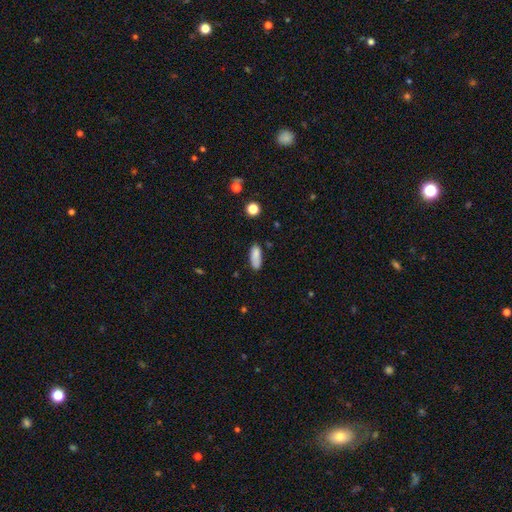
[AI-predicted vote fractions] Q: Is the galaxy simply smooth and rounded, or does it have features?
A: smooth — 84%.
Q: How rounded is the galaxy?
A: in between — 72%.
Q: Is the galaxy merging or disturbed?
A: none — 70%.